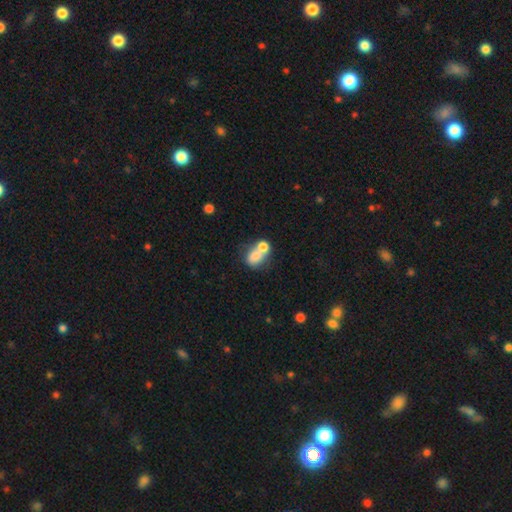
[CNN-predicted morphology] A smooth galaxy with no disk features (72%) that is in between round and cigar-shaped (62%).

Vote fractions:
- Smooth or featured? smooth: 72% / featured or disk: 19% / star or artifact: 9%
- How rounded? in between: 62% / round: 37% / cigar-shaped: 1%
- Merging? merger: 62% / none: 22% / minor disturbance: 9% / major disturbance: 7%